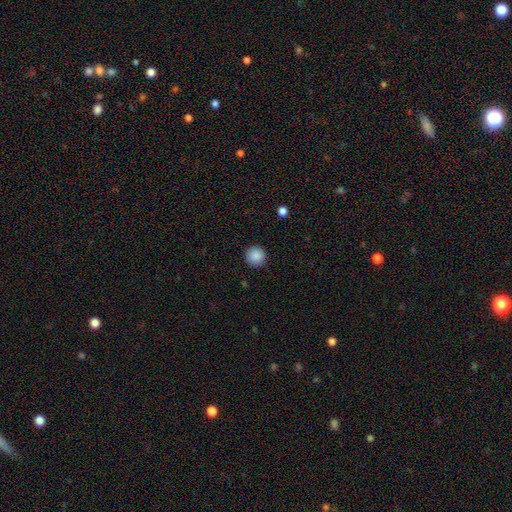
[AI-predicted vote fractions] smooth_or_featured: smooth (p=0.88) [alt: star or artifact p=0.09]
how_rounded: round (p=0.95) [alt: in between p=0.04]
merging: none (p=0.92) [alt: minor disturbance p=0.06]